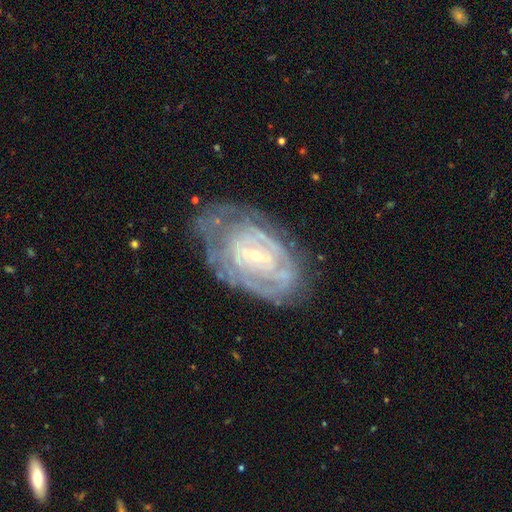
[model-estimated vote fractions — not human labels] Smooth or featured: featured or disk — 81% (smooth — 13%)
Edge-on disk: no — 96% (yes — 4%)
Bar: weak — 42% (no — 38%)
Spiral arms: yes — 79% (no — 21%)
Spiral winding: tight — 72% (medium — 22%)
Spiral arm count: can't tell — 56% (2 — 19%)
Bulge size: small — 80% (moderate — 16%)
Merging: none — 59% (minor disturbance — 25%)